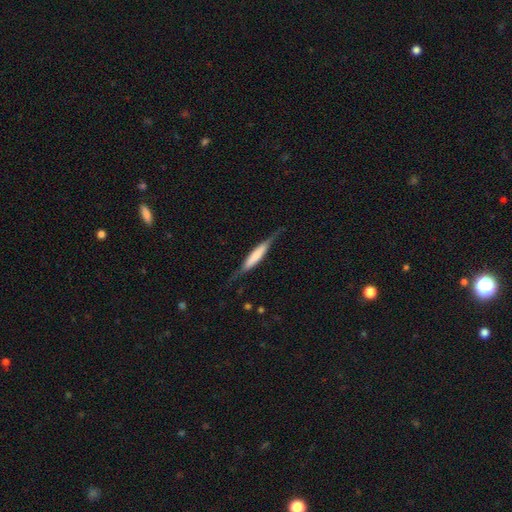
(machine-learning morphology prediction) This appears to be a featured or disk galaxy (49%). Merging: none (70%).